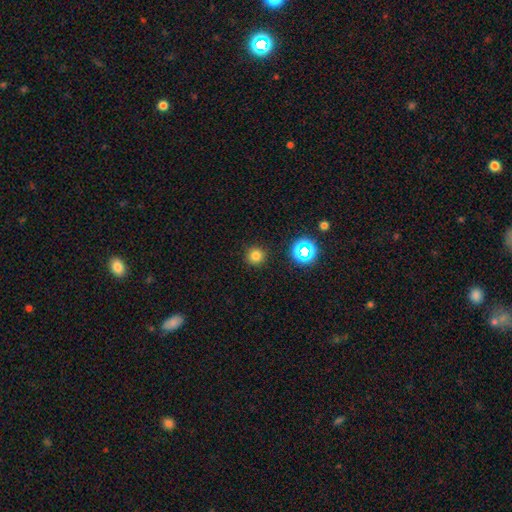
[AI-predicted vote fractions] This appears to be a smooth galaxy with no disk features (76%) that is round (95%). Merging: none (91%).